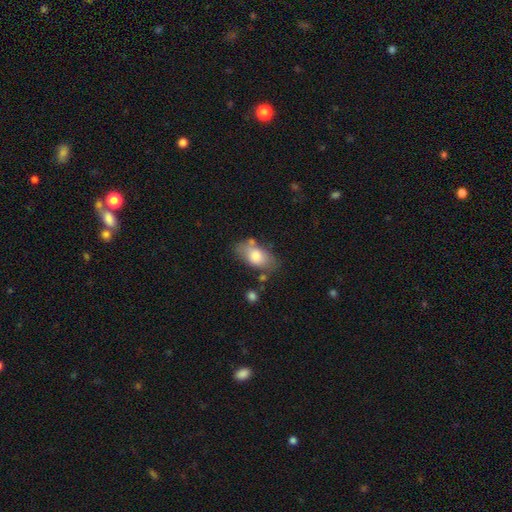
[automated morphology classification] smooth 76%, featured or disk 17%, star or artifact 7%. Down the decision tree: how rounded — in between (90%); merging — none (67%).